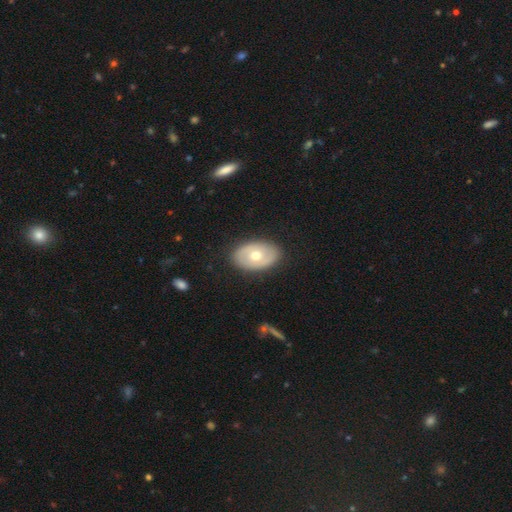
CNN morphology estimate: Smooth or featured? smooth (52%)
How rounded? in between (85%)
Merging? none (86%)